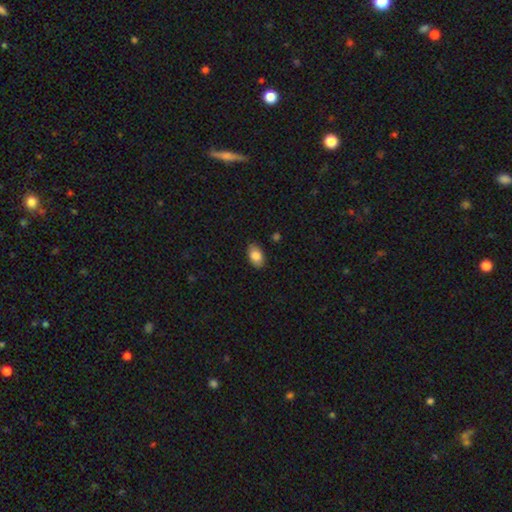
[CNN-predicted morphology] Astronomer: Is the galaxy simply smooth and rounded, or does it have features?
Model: smooth — 84%.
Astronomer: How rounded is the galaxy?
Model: in between — 91%.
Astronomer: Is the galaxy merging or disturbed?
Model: none — 87%.